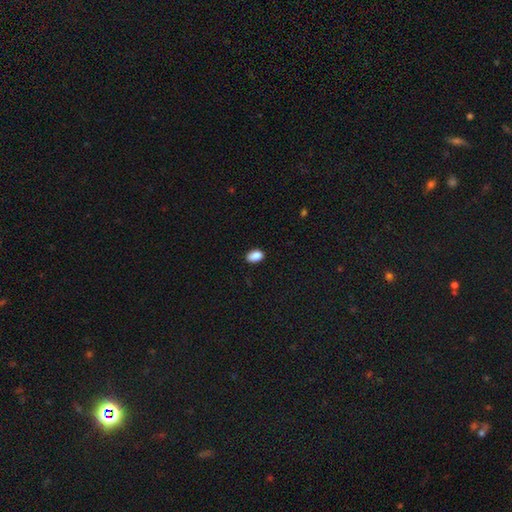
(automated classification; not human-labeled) smooth_or_featured: smooth (p=0.87) [alt: star or artifact p=0.08]
how_rounded: in between (p=0.89) [alt: round p=0.09]
merging: none (p=0.81) [alt: minor disturbance p=0.15]